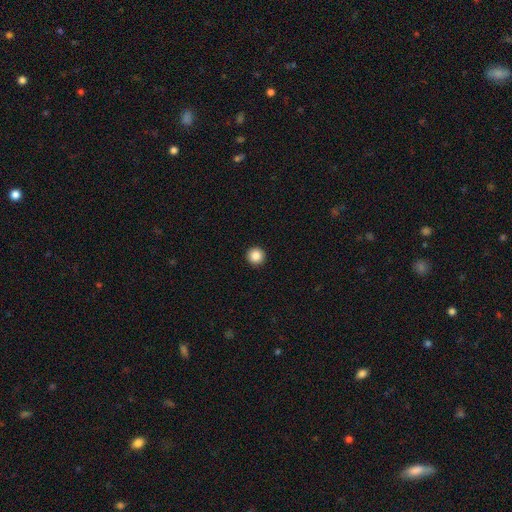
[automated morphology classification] Smooth or featured? smooth (87%)
How rounded? round (97%)
Merging? none (94%)